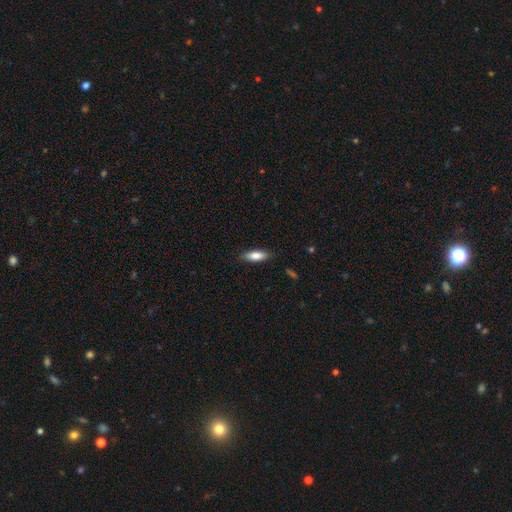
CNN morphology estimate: Smooth or featured? smooth (79%)
How rounded? in between (57%)
Merging? none (85%)